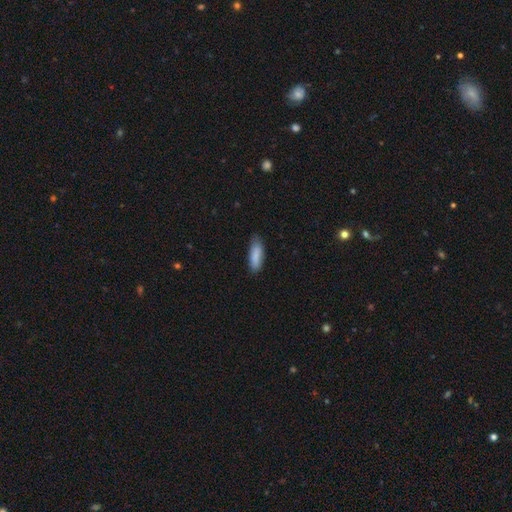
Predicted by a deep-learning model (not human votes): A smooth galaxy with no disk features (88%) that is in between round and cigar-shaped (60%).

Vote fractions:
- Smooth or featured? smooth: 88% / featured or disk: 6% / star or artifact: 6%
- How rounded? in between: 60% / cigar-shaped: 38% / round: 2%
- Merging? none: 76% / minor disturbance: 20% / major disturbance: 3% / merger: 1%